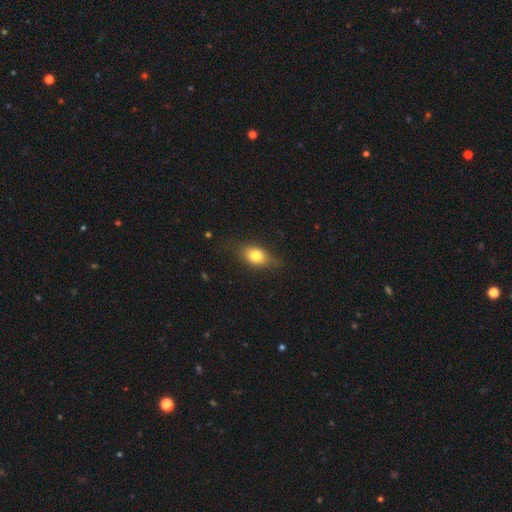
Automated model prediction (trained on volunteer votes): smooth 77%, featured or disk 14%, star or artifact 9%. Down the decision tree: how rounded — in between (77%); merging — none (75%).